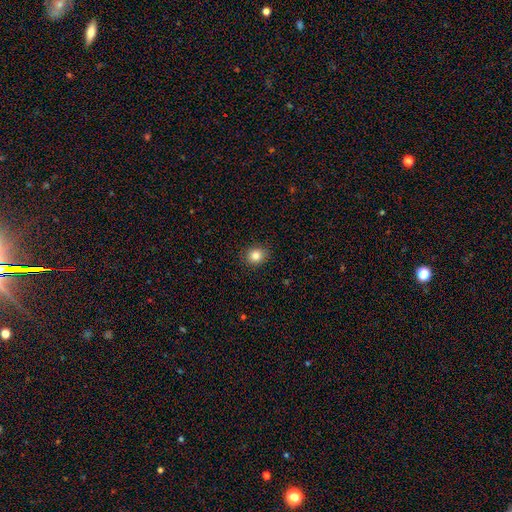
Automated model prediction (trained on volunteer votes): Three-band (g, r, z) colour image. It shows a smooth galaxy with no disk features (84%) that is round (72%). Merging: none (90%).